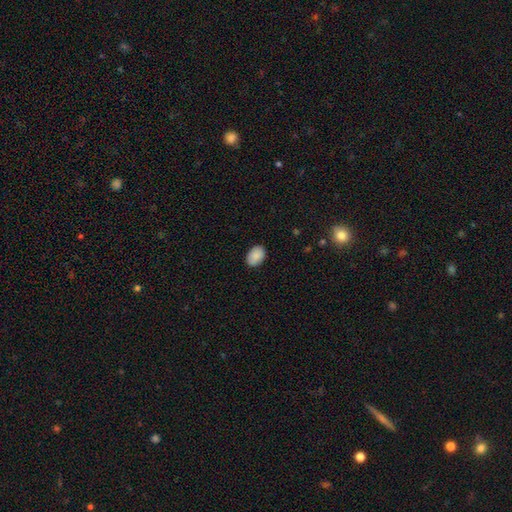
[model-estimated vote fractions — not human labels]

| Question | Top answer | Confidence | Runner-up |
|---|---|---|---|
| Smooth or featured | smooth | 88% | star or artifact (7%) |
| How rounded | in between | 85% | round (14%) |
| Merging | none | 87% | minor disturbance (10%) |